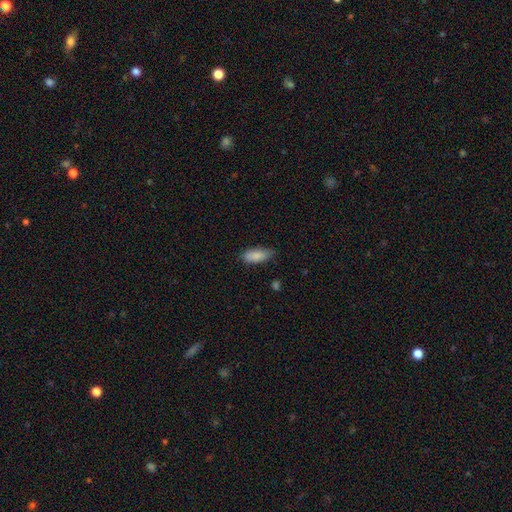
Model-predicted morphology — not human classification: A smooth galaxy with no disk features (88%) that is in between round and cigar-shaped (81%).

Vote fractions:
- Smooth or featured? smooth: 88% / star or artifact: 6% / featured or disk: 6%
- How rounded? in between: 81% / cigar-shaped: 18% / round: 2%
- Merging? none: 76% / minor disturbance: 20% / major disturbance: 3% / merger: 1%